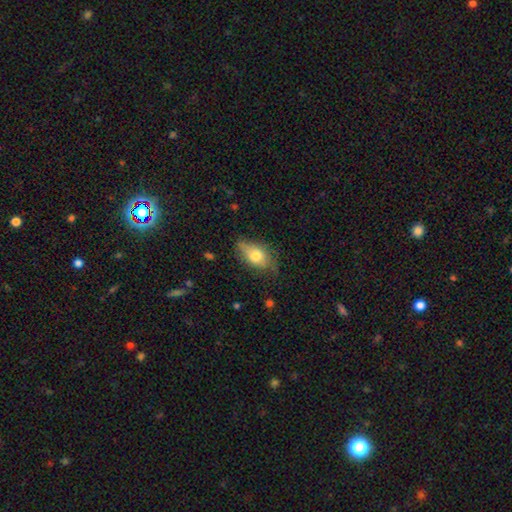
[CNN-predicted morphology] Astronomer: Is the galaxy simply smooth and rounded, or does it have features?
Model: smooth — 68%.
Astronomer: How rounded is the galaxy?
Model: in between — 85%.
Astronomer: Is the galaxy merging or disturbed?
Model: none — 56% (runner-up: minor disturbance, 32%).